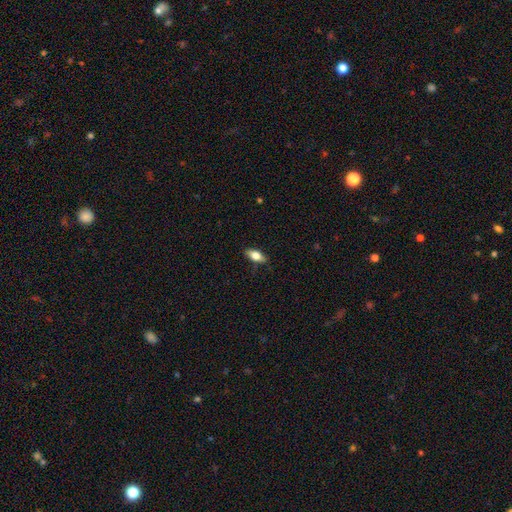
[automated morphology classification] Overall: smooth (69%). How rounded: in between (83%). Merging: none (84%).